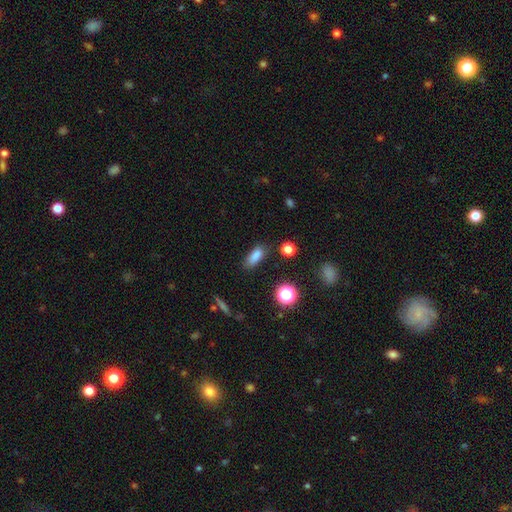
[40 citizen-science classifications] Volunteers were most divided on "how rounded": in between: 73%, cigar-shaped: 18%, round: 9%. More confident: smooth or featured — smooth (82%); merging — none (80%).